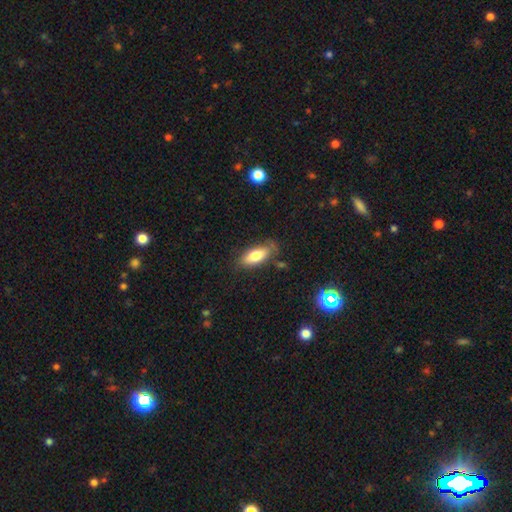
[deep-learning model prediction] Overall: smooth (77%). How rounded: in between (77%). Merging: none (69%).